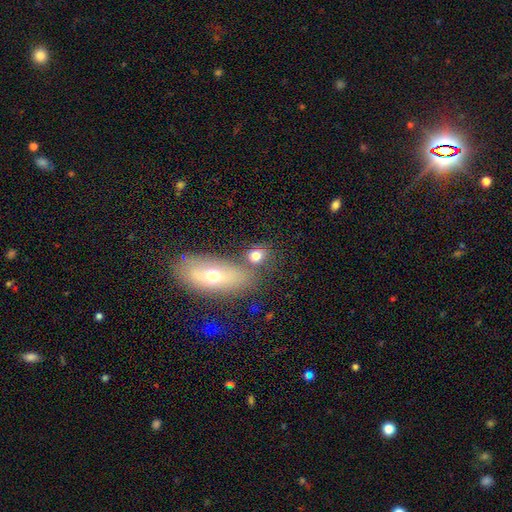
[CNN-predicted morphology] This appears to be a smooth galaxy with no disk features (73%) that is round (57%). Merging: none (59%).